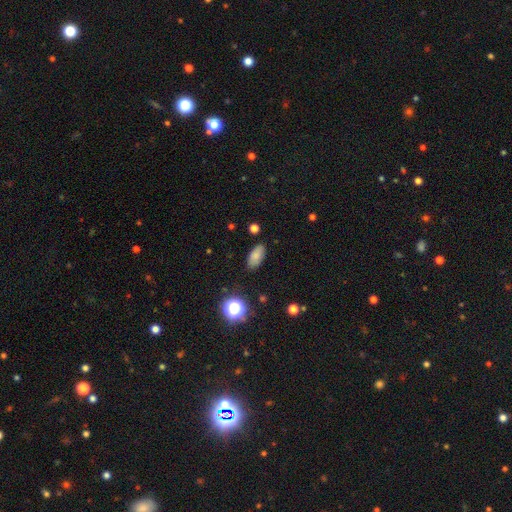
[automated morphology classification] This is clearly a smooth galaxy (81%). How rounded: clearly in between (91%). Merging: clearly none (84%).